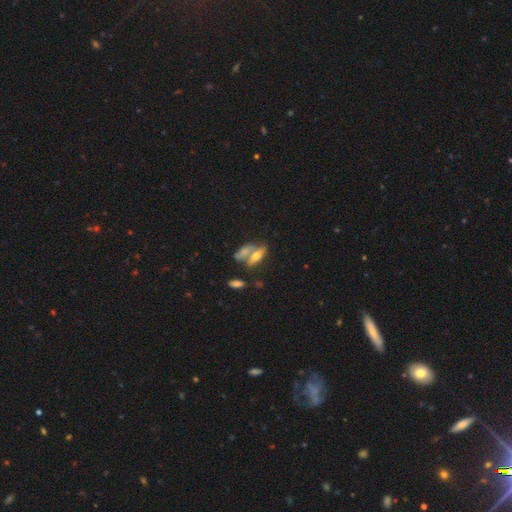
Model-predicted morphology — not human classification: smooth-or-featured: smooth: 50% | featured or disk: 39% | star or artifact: 11%
  how-rounded: in between: 61% | cigar-shaped: 35% | round: 4%
  merging: none: 42% | merger: 37% | minor disturbance: 13% | major disturbance: 7%